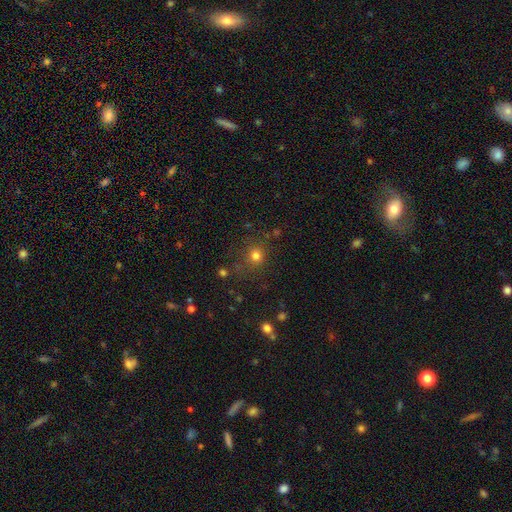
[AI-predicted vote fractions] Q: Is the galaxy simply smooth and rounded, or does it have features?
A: smooth — 76%.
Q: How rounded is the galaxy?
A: round — 87%.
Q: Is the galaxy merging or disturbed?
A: none — 78%.